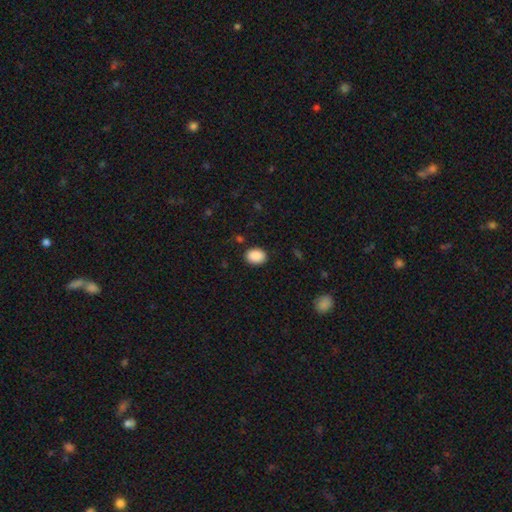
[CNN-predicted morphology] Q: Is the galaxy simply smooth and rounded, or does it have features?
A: smooth — 90%.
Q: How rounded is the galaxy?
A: in between — 73%.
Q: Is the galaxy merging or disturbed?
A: none — 88%.